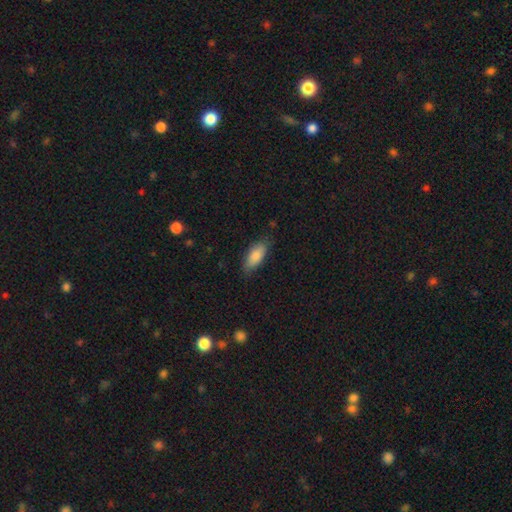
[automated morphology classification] smooth-or-featured: smooth: 84% | featured or disk: 10% | star or artifact: 6%
  how-rounded: in between: 80% | cigar-shaped: 18% | round: 2%
  merging: none: 78% | minor disturbance: 17% | major disturbance: 3% | merger: 1%